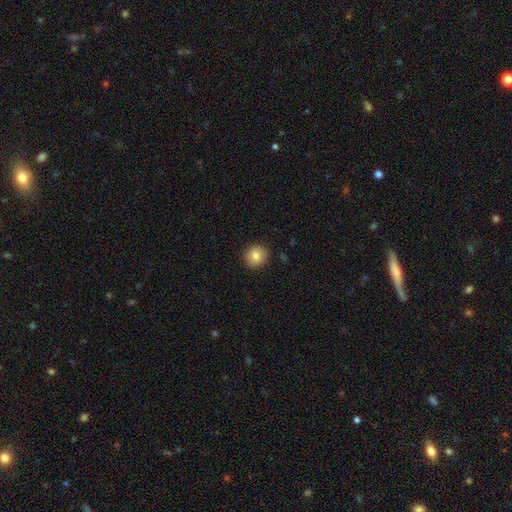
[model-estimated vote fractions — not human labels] Smooth or featured?
  - smooth: 83% *
  - star or artifact: 9%
  - featured or disk: 8%
How rounded?
  - round: 87% *
  - in between: 12%
  - cigar-shaped: 1%
Merging?
  - none: 89% *
  - minor disturbance: 8%
  - major disturbance: 2%
  - merger: 1%